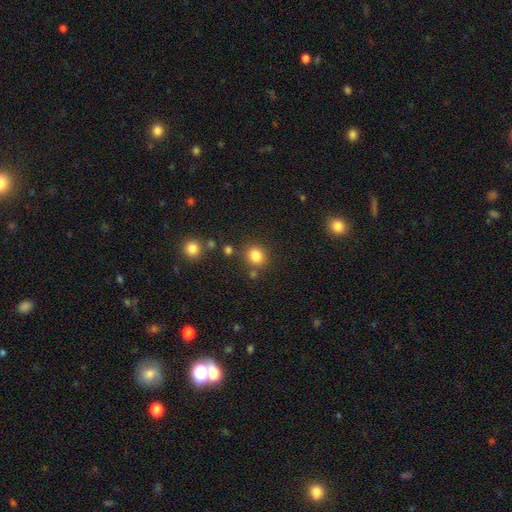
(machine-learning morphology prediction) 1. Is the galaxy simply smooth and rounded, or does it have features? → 83% smooth, 12% star or artifact, 5% featured or disk.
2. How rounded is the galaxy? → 79% round, 20% in between, 1% cigar-shaped.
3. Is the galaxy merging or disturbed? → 80% none, 10% minor disturbance, 6% merger, 4% major disturbance.